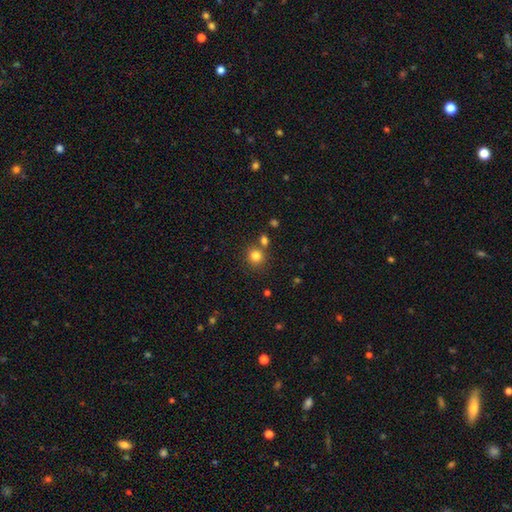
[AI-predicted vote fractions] Smooth or featured? Predicted: smooth (p=0.81). How rounded? Predicted: round (p=0.88). Merging? Predicted: none (p=0.71).